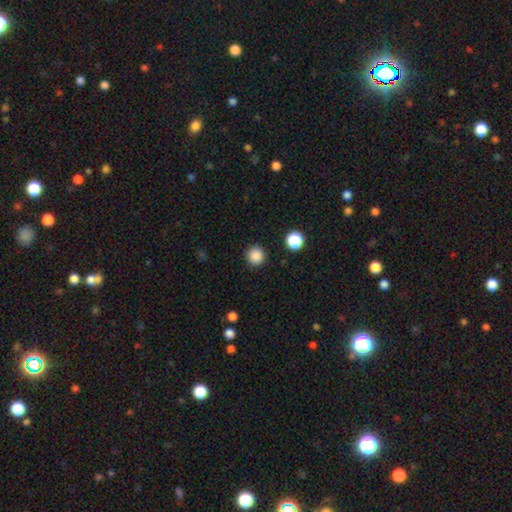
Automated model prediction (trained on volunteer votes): Morphology: type=smooth (86%); roundness=round (94%); merging=none (91%).